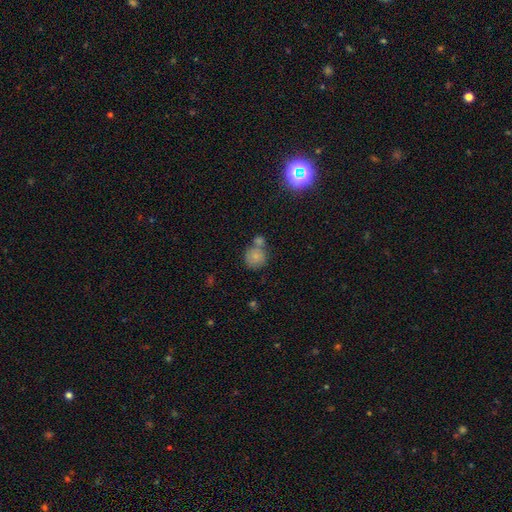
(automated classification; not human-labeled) Smooth or featured? Predicted: smooth (p=0.78). How rounded? Predicted: round (p=0.84). Merging? Predicted: none (p=0.45).